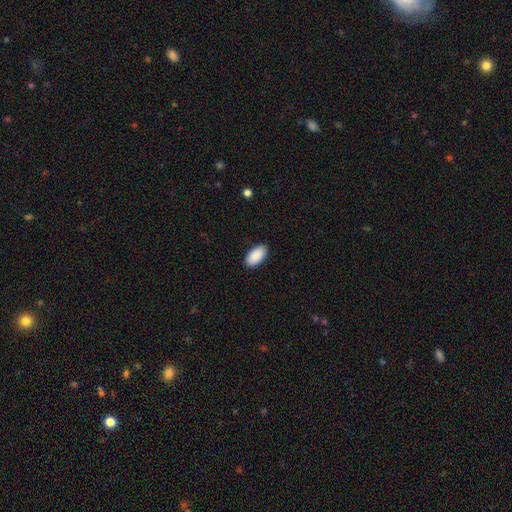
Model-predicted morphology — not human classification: The model was most divided on "merging": none: 90%, minor disturbance: 8%, major disturbance: 2%, merger: 1%. More confident: how rounded — in between (96%); smooth or featured — smooth (92%).